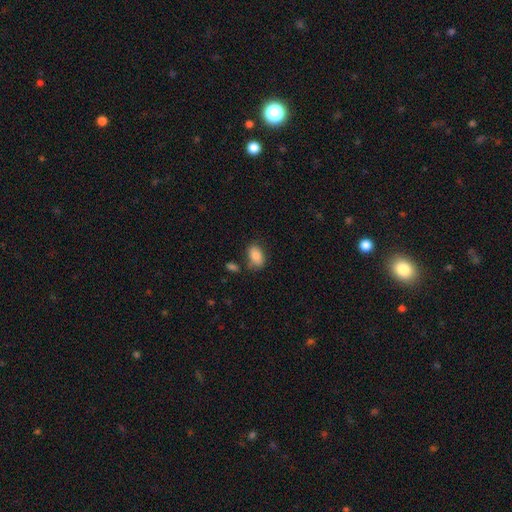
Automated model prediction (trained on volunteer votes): Smooth or featured: smooth — 86% (star or artifact — 7%)
How rounded: in between — 91% (round — 7%)
Merging: none — 69% (minor disturbance — 18%)